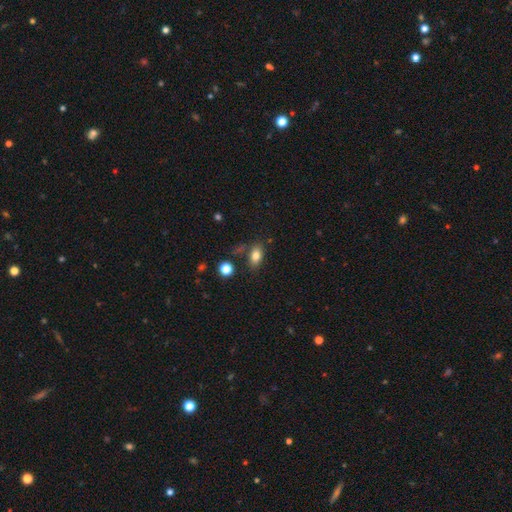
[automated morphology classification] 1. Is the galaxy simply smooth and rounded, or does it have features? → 80% smooth, 10% star or artifact, 9% featured or disk.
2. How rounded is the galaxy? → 84% in between, 12% round, 4% cigar-shaped.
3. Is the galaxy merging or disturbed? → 73% none, 15% minor disturbance, 8% merger, 4% major disturbance.